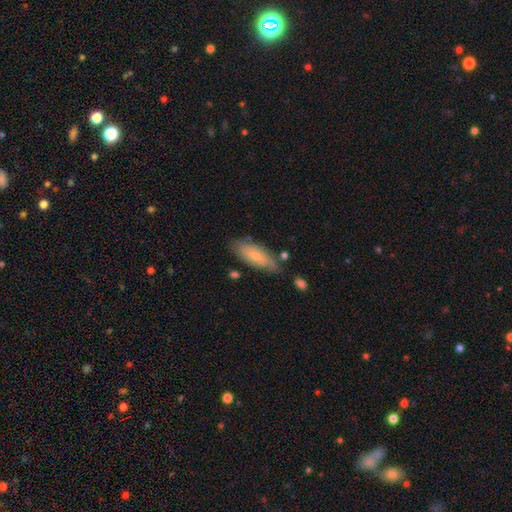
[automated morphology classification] smooth 66%, featured or disk 28%, star or artifact 6%. Down the decision tree: how rounded — in between (75%); merging — none (71%).